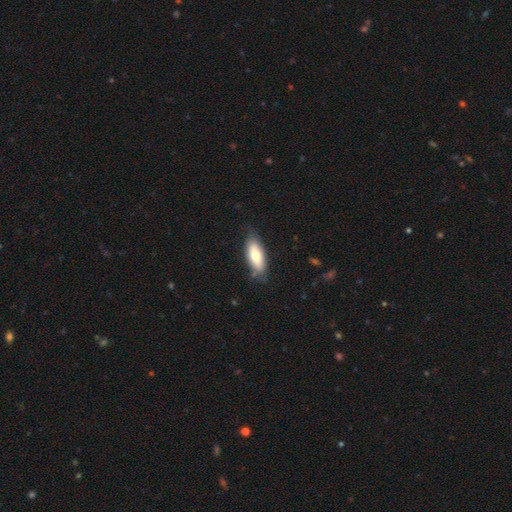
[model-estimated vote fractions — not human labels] Overall: smooth (72%). How rounded: in between (78%). Merging: none (75%).